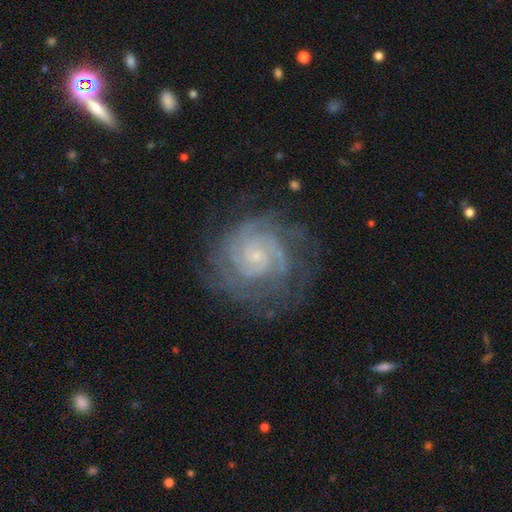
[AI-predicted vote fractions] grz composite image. It shows a featured or disk galaxy (88%) with no bar (70%), 2 (29%) tight (77%) spiral arms (98%) and a small central bulge (79%). Merging: none (75%).